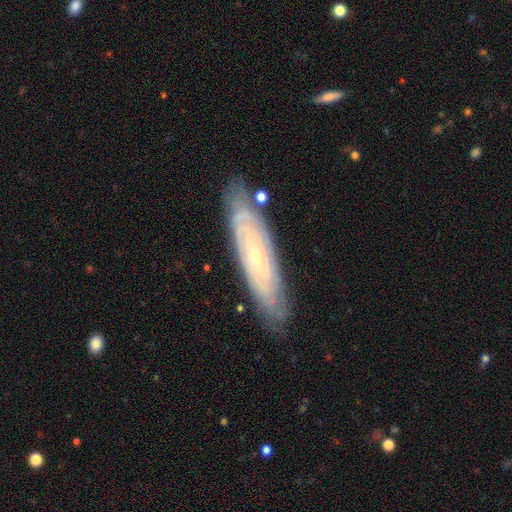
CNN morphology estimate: Smooth or featured: featured or disk — 74% (smooth — 20%)
Edge-on disk: no — 73% (yes — 27%)
Bar: no — 79% (weak — 16%)
Spiral arms: yes — 78% (no — 22%)
Bulge size: small — 78% (moderate — 19%)
Merging: none — 82% (minor disturbance — 13%)